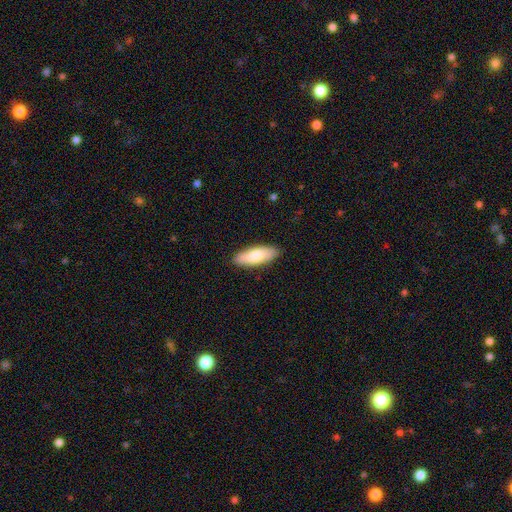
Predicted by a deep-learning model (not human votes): The model was most divided on "how rounded": in between: 71%, cigar-shaped: 28%, round: 2%. More confident: merging — none (88%); smooth or featured — smooth (82%).